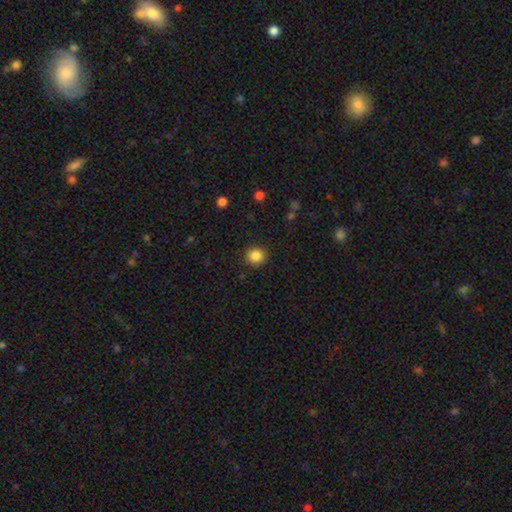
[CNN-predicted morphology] This is clearly a smooth galaxy (86%). How rounded: clearly round (91%). Merging: clearly none (90%).